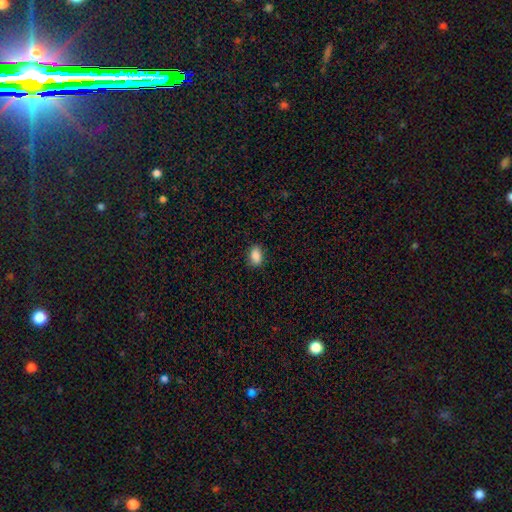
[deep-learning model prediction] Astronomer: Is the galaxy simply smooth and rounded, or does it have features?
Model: smooth — 87%.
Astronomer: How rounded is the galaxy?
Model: in between — 83%.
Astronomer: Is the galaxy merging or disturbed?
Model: none — 84%.